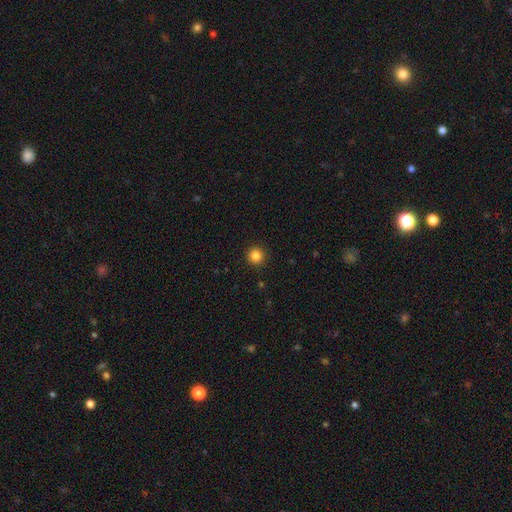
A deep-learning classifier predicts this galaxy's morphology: Overall: smooth (84%). How rounded: round (95%). Merging: none (92%).